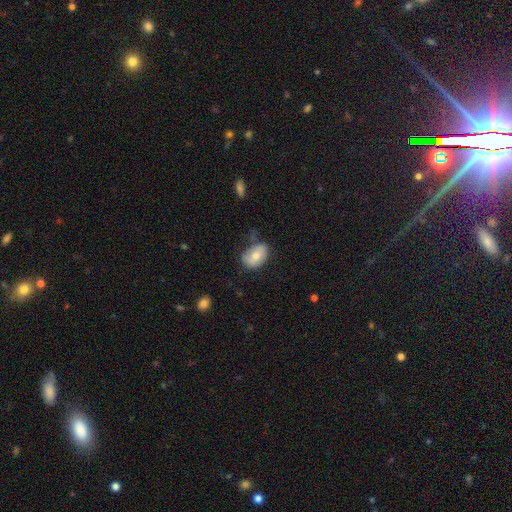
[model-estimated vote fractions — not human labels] Smooth or featured? Predicted: smooth (p=0.67). How rounded? Predicted: in between (p=0.81). Merging? Predicted: none (p=0.55).